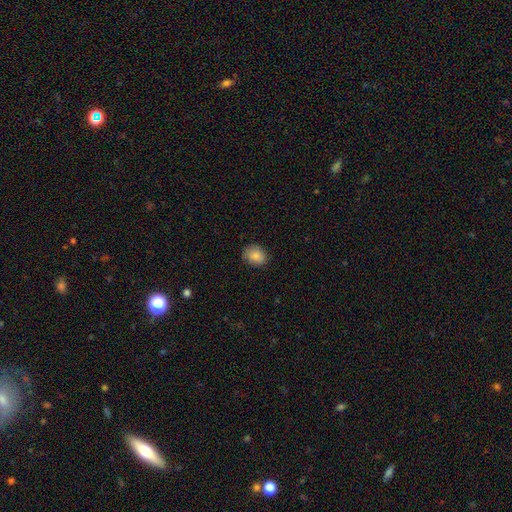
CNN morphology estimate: smooth-or-featured: smooth: 85% | star or artifact: 9% | featured or disk: 6%
  how-rounded: in between: 50% | round: 49% | cigar-shaped: 1%
  merging: none: 83% | minor disturbance: 13% | major disturbance: 3% | merger: 1%